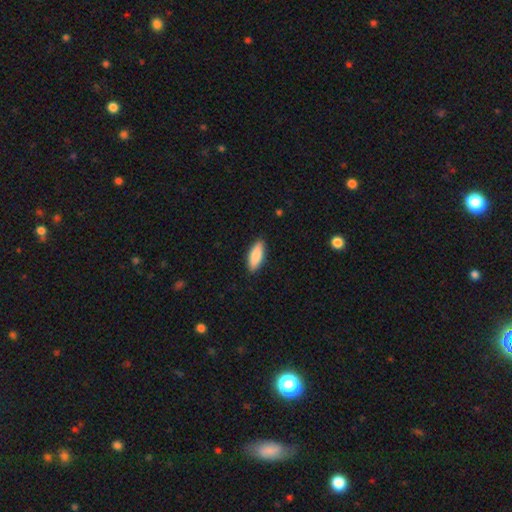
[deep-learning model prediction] Overall: smooth (86%). How rounded: in between (70%). Merging: none (88%).